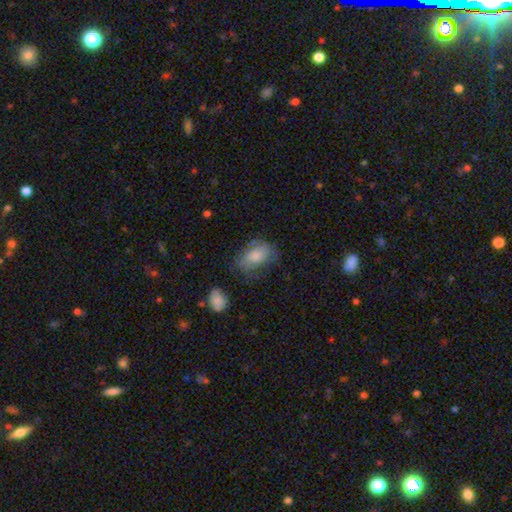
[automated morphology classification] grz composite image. It shows a smooth galaxy with no disk features (64%) that is in between round and cigar-shaped (84%). Merging: none (52%).